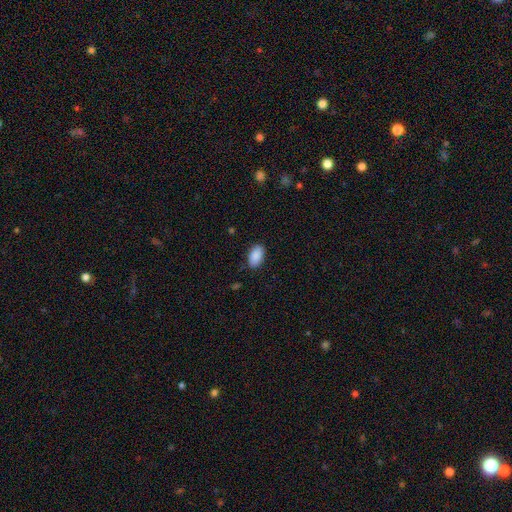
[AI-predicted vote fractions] This is clearly a smooth galaxy (90%). How rounded: clearly in between (94%). Merging: clearly none (85%).